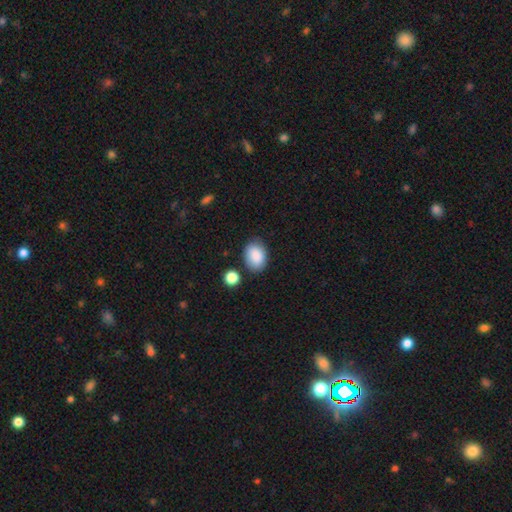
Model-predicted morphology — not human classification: smooth_or_featured: smooth (p=0.88) [alt: star or artifact p=0.07]
how_rounded: in between (p=0.82) [alt: round p=0.17]
merging: none (p=0.76) [alt: minor disturbance p=0.15]